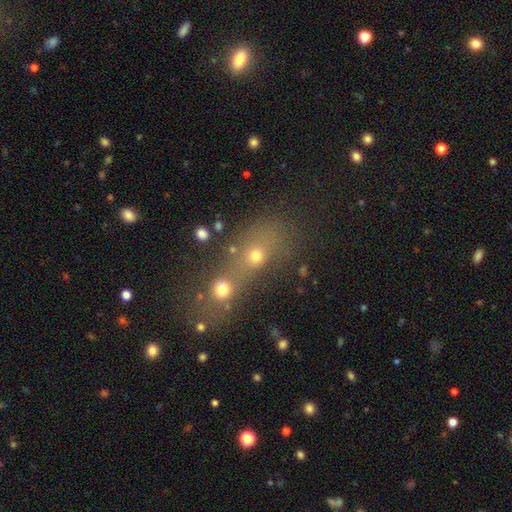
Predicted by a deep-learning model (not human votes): Overall: smooth (65%). How rounded: round (55%; in between 38%). Merging: merger (57%; none 30%).